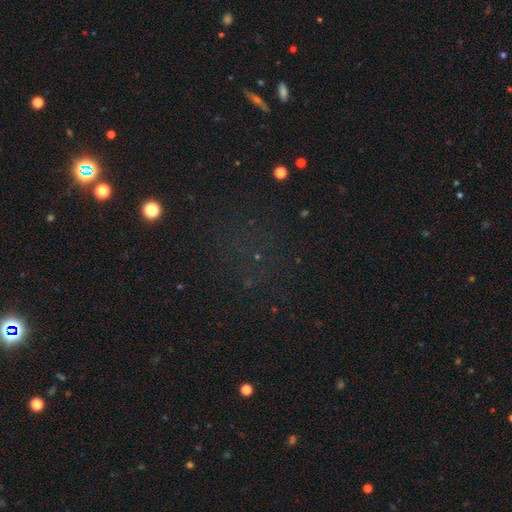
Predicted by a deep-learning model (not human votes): A star or artifact, not a galaxy (64%).